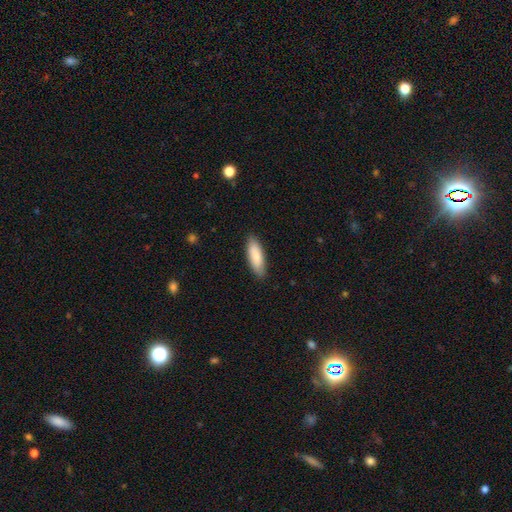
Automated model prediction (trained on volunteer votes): smooth-or-featured: smooth: 86% | featured or disk: 9% | star or artifact: 5%
  how-rounded: in between: 56% | cigar-shaped: 43% | round: 1%
  merging: none: 87% | minor disturbance: 10% | major disturbance: 2% | merger: 1%